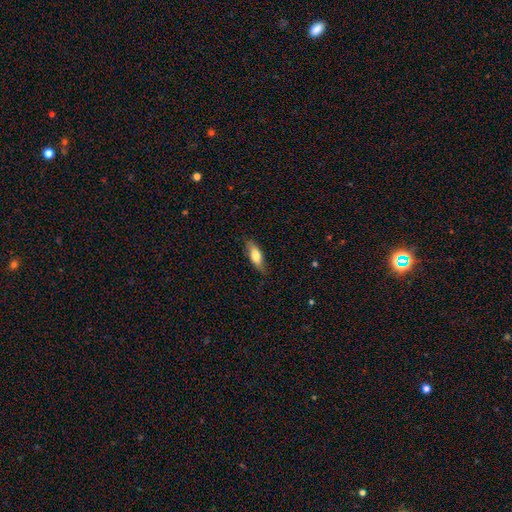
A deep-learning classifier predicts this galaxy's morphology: Q: Smooth or featured?
A: smooth (73%); runner-up: featured or disk (21%)
Q: How rounded?
A: in between (67%); runner-up: cigar-shaped (30%)
Q: Merging?
A: none (78%); runner-up: minor disturbance (18%)